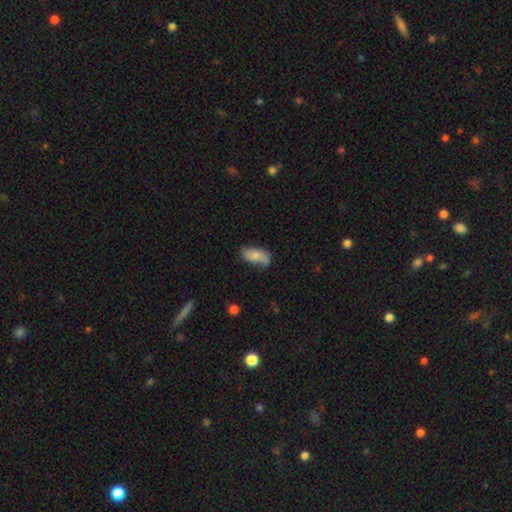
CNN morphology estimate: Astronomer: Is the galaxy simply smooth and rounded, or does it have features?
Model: smooth — 70%.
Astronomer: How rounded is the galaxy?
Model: in between — 90%.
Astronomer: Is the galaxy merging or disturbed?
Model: none — 53% (runner-up: minor disturbance, 32%).